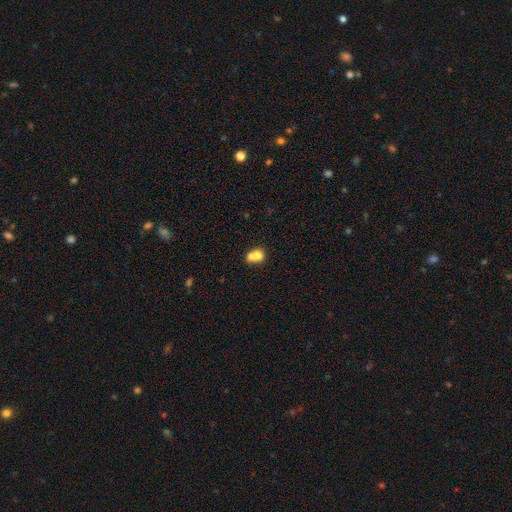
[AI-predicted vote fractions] smooth_or_featured: smooth (p=0.69) [alt: featured or disk p=0.21]
how_rounded: round (p=0.61) [alt: in between p=0.38]
merging: merger (p=0.67) [alt: none p=0.23]